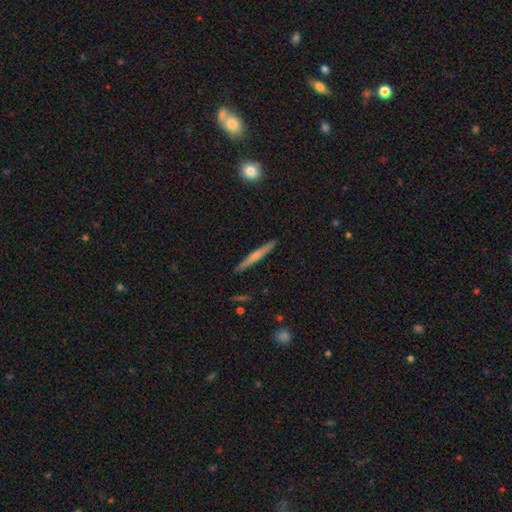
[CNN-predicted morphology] A featured or disk galaxy (52%) viewed edge-on (97%) with a rounded central bulge (51%). Merging: none (91%).